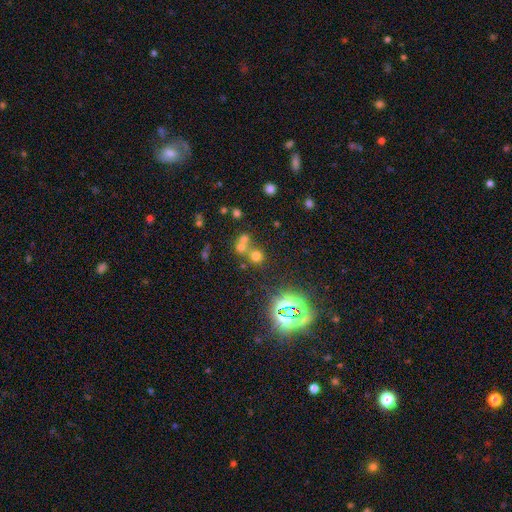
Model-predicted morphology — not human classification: Smooth or featured?
  - smooth: 56% *
  - star or artifact: 32%
  - featured or disk: 12%
How rounded?
  - round: 87% *
  - in between: 12%
  - cigar-shaped: 1%
Merging?
  - none: 50% *
  - merger: 40%
  - minor disturbance: 6%
  - major disturbance: 4%